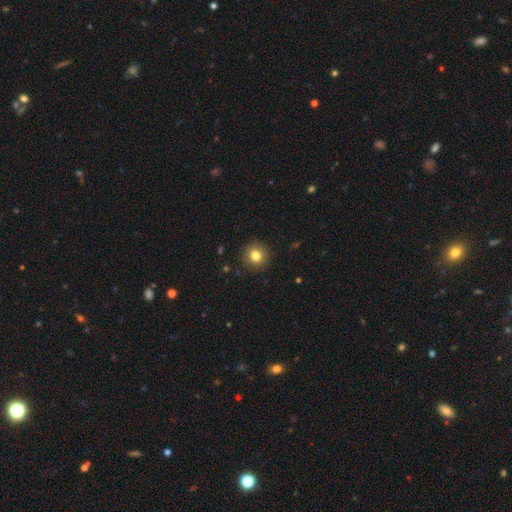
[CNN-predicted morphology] smooth_or_featured: smooth (p=0.81) [alt: star or artifact p=0.11]
how_rounded: round (p=0.92) [alt: in between p=0.07]
merging: none (p=0.91) [alt: minor disturbance p=0.06]